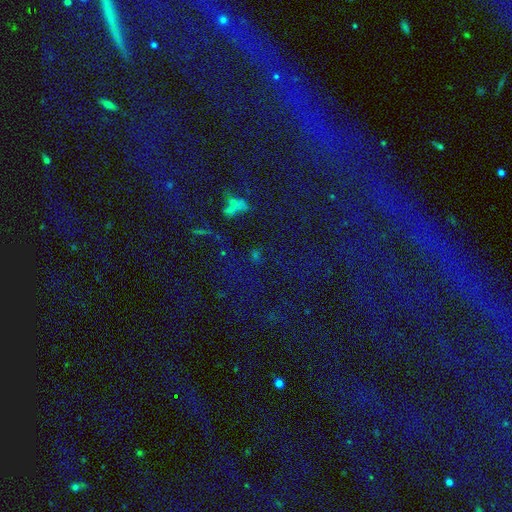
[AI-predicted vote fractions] Smooth or featured: star or artifact — 66% (smooth — 22%)